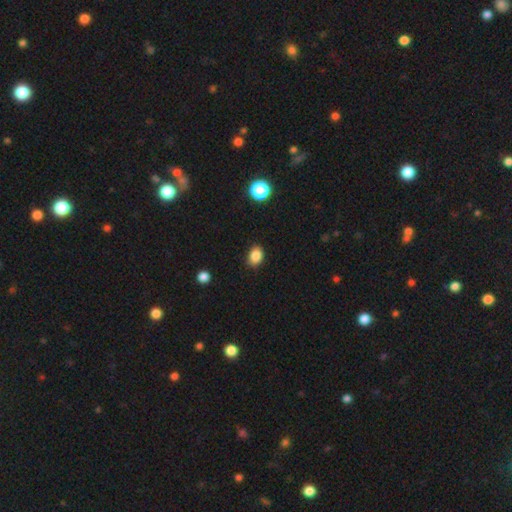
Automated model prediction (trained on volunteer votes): Morphology: type=smooth (86%); roundness=in between (68%); merging=none (84%).